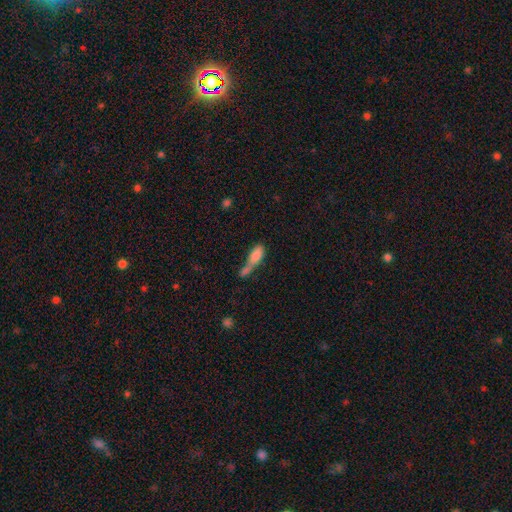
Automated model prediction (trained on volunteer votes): Q: Smooth or featured?
A: smooth (75%); runner-up: featured or disk (16%)
Q: How rounded?
A: in between (66%); runner-up: cigar-shaped (30%)
Q: Merging?
A: merger (56%); runner-up: none (17%)